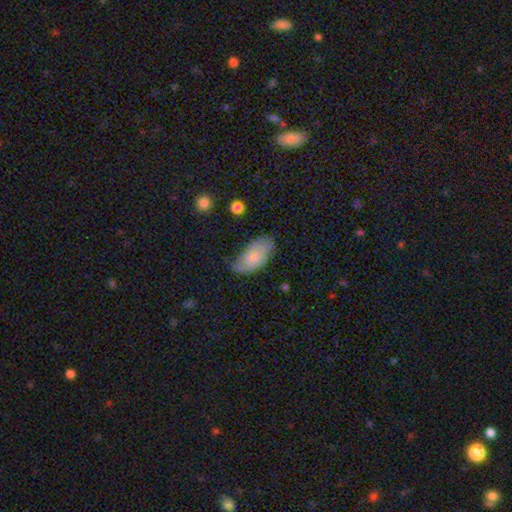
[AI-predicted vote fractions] Q: Smooth or featured?
A: smooth (56%); runner-up: featured or disk (37%)
Q: How rounded?
A: in between (93%); runner-up: cigar-shaped (4%)
Q: Merging?
A: none (60%); runner-up: minor disturbance (29%)